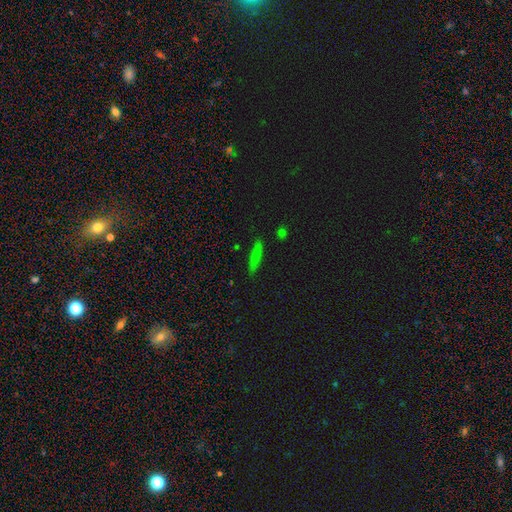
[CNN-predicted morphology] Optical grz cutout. It shows a smooth galaxy with no disk features (73%) that is cigar-shaped (84%). Merging: none (86%).